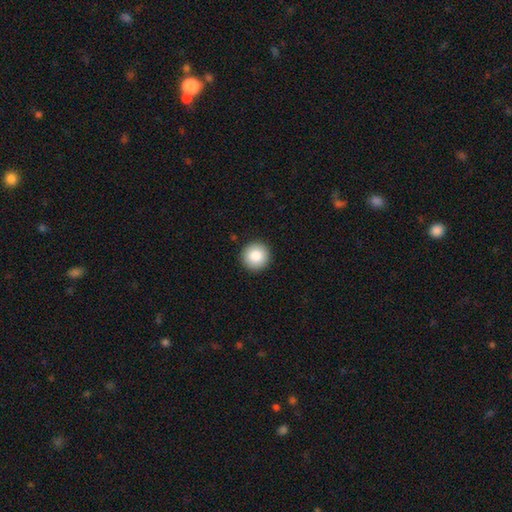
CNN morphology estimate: smooth-or-featured: smooth: 84% | star or artifact: 8% | featured or disk: 8%
  how-rounded: round: 96% | in between: 3% | cigar-shaped: 1%
  merging: none: 93% | minor disturbance: 5% | major disturbance: 1% | merger: 1%